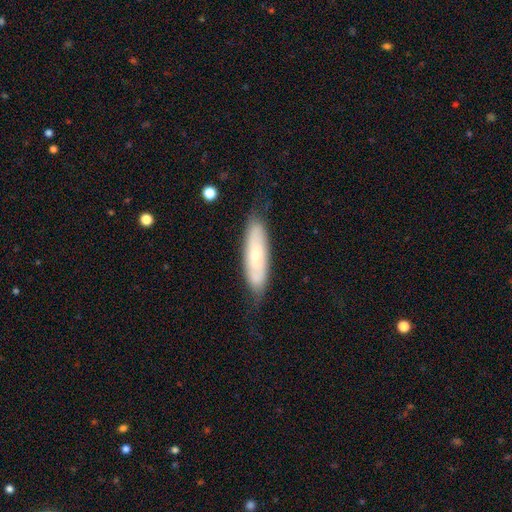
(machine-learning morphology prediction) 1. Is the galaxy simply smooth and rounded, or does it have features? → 47% smooth (tied), 47% featured or disk (tied), 6% star or artifact.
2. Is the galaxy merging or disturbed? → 71% none, 22% minor disturbance, 6% major disturbance, 2% merger.